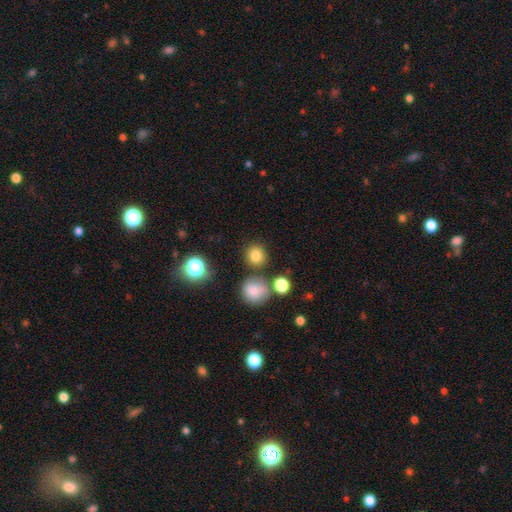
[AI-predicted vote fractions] Q: Smooth or featured?
A: smooth (81%); runner-up: star or artifact (14%)
Q: How rounded?
A: round (87%); runner-up: in between (12%)
Q: Merging?
A: none (81%); runner-up: minor disturbance (8%)